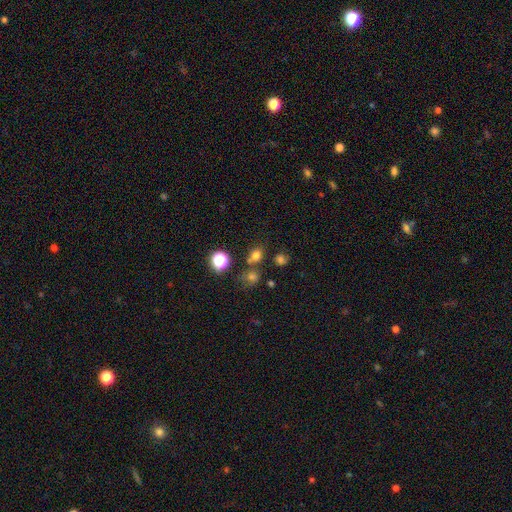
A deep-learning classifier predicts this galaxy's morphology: Overall: smooth (68%). How rounded: round (74%). Merging: none (67%).